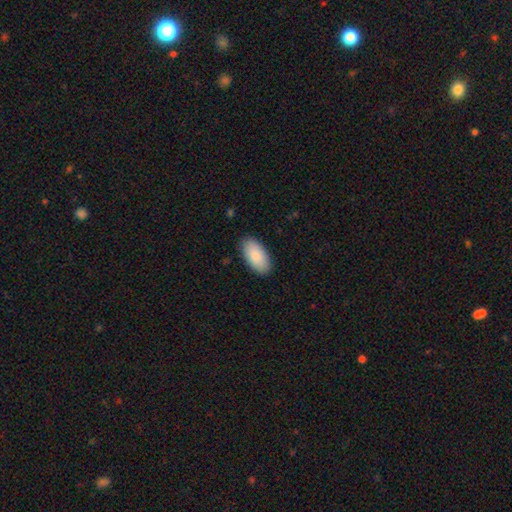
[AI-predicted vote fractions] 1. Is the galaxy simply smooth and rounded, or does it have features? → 89% smooth, 5% featured or disk, 5% star or artifact.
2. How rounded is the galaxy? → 95% in between, 3% cigar-shaped, 2% round.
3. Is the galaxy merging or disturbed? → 88% none, 9% minor disturbance, 2% major disturbance, 1% merger.